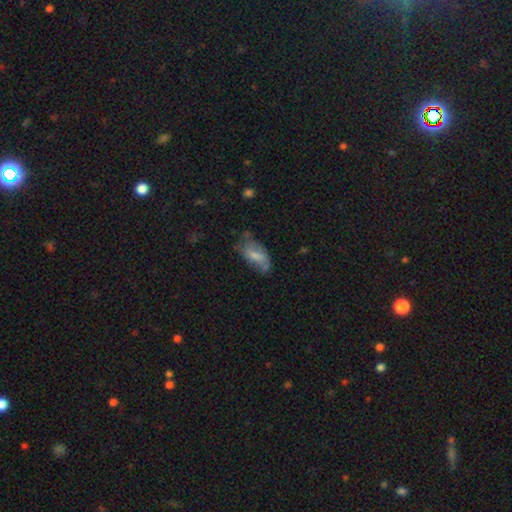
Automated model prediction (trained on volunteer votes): A smooth galaxy with no disk features (65%) that is in between round and cigar-shaped (90%).

Vote fractions:
- Smooth or featured? smooth: 65% / featured or disk: 27% / star or artifact: 8%
- How rounded? in between: 90% / cigar-shaped: 7% / round: 3%
- Merging? none: 45% / minor disturbance: 33% / major disturbance: 14% / merger: 8%